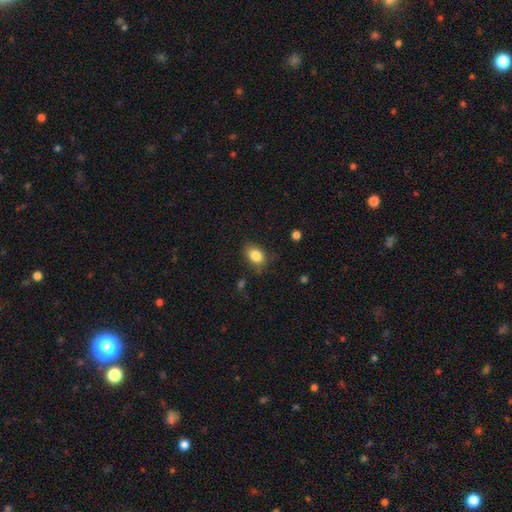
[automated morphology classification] Smooth or featured? smooth (84%)
How rounded? in between (77%)
Merging? none (74%)